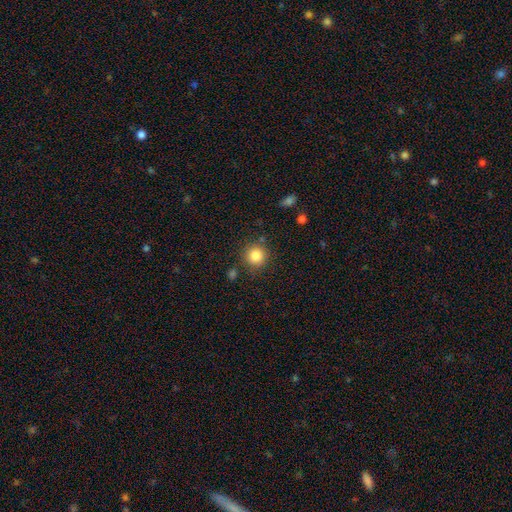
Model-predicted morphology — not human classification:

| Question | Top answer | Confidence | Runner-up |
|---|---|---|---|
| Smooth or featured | smooth | 84% | star or artifact (11%) |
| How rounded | round | 93% | in between (6%) |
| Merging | none | 85% | minor disturbance (9%) |